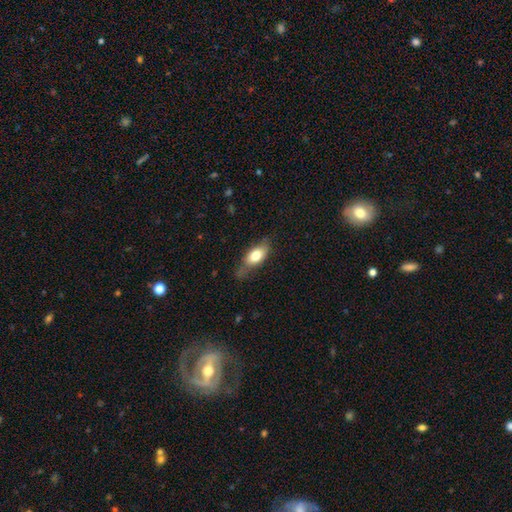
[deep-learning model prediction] A smooth galaxy with no disk features (73%) that is in between round and cigar-shaped (83%). Merging: none (58%).